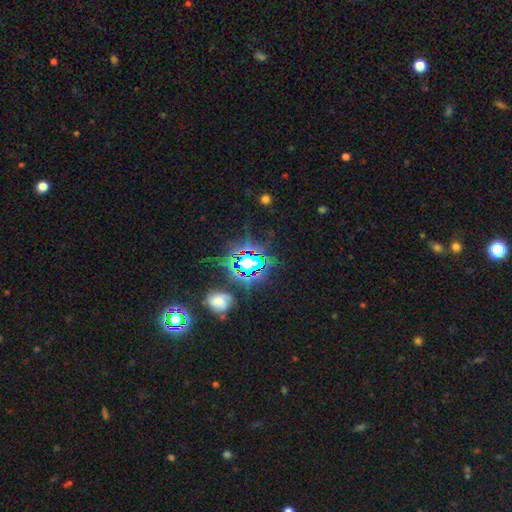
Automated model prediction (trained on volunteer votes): A star or artifact, not a galaxy (73%).